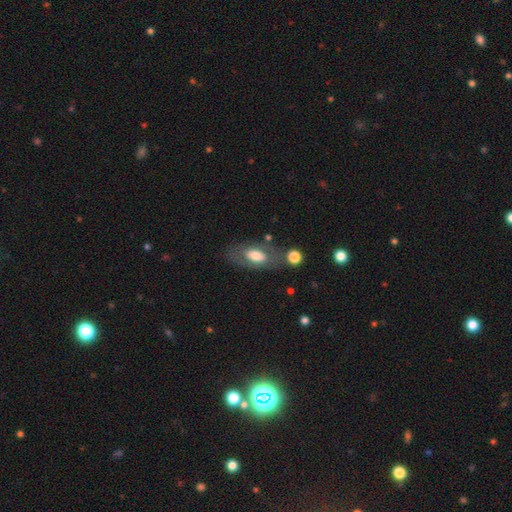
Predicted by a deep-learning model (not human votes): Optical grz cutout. It shows a smooth galaxy with no disk features (58%) that is in between round and cigar-shaped (88%). Merging: none (65%).